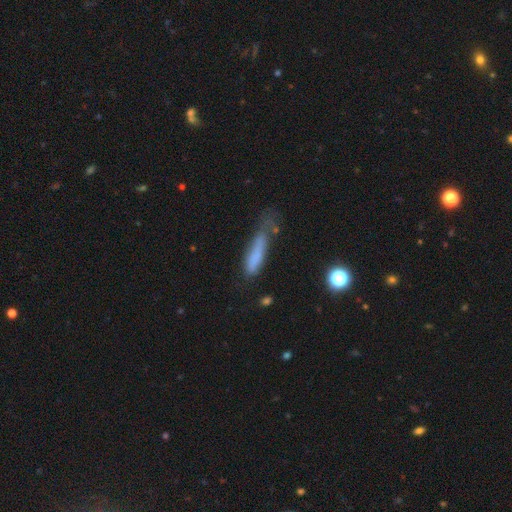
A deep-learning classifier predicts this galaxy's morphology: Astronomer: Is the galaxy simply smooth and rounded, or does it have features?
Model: smooth — 68%.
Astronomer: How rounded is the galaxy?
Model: cigar-shaped — 79%.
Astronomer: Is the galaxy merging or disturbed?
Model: none — 36% (runner-up: minor disturbance, 32%).